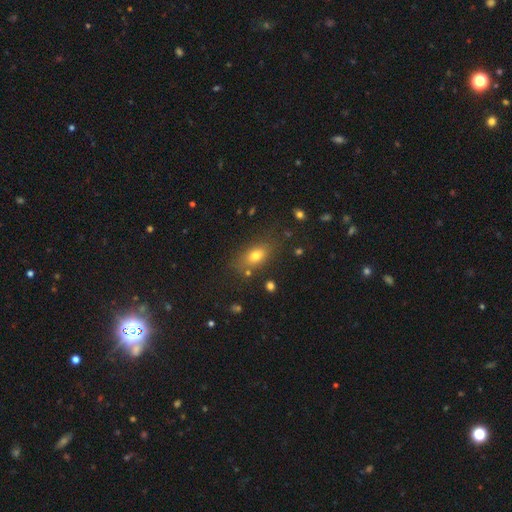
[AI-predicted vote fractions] This appears to be a smooth galaxy with no disk features (74%) that is in between round and cigar-shaped (79%). Merging: none (76%).